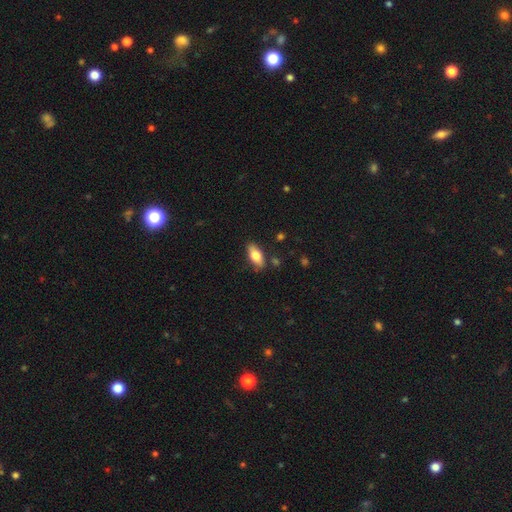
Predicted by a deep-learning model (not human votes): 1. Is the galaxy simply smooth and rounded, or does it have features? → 76% smooth, 18% featured or disk, 6% star or artifact.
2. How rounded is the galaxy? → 84% in between, 13% cigar-shaped, 3% round.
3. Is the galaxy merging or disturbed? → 83% none, 12% minor disturbance, 2% major disturbance, 2% merger.